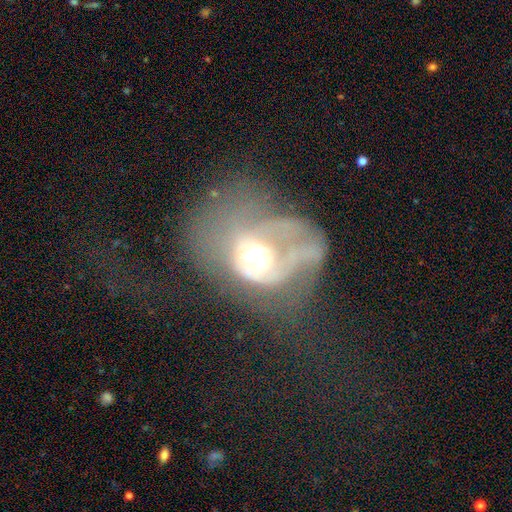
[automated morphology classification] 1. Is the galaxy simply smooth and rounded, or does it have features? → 63% featured or disk, 27% smooth, 10% star or artifact.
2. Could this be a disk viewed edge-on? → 97% no, 3% yes.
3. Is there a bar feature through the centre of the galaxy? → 78% no, 17% weak, 5% strong.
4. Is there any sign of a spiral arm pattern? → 53% no, 47% yes.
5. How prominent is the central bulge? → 59% moderate, 29% large, 6% small, 4% dominant, 2% none.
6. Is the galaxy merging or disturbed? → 63% major disturbance, 15% none, 14% minor disturbance, 8% merger.